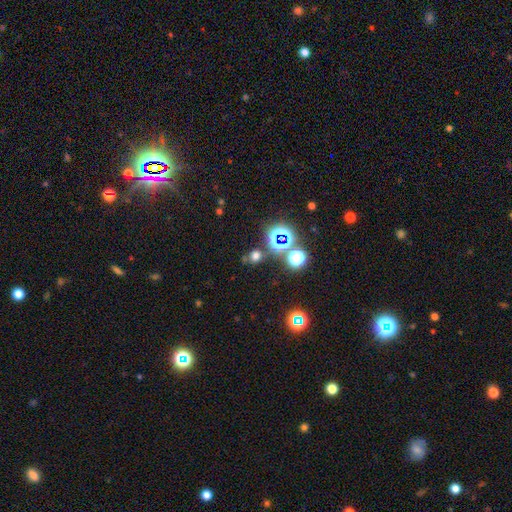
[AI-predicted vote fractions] A smooth galaxy with no disk features (54%) that is round (73%). Merging: none (73%).